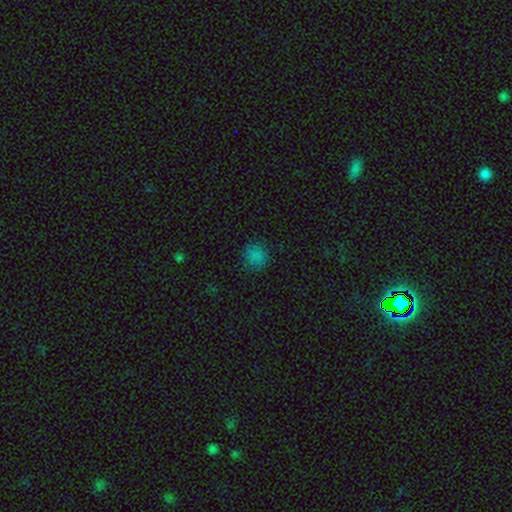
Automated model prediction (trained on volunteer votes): smooth-or-featured: smooth: 80% | star or artifact: 16% | featured or disk: 4%
  how-rounded: round: 87% | in between: 12% | cigar-shaped: 1%
  merging: none: 85% | minor disturbance: 11% | major disturbance: 3% | merger: 1%